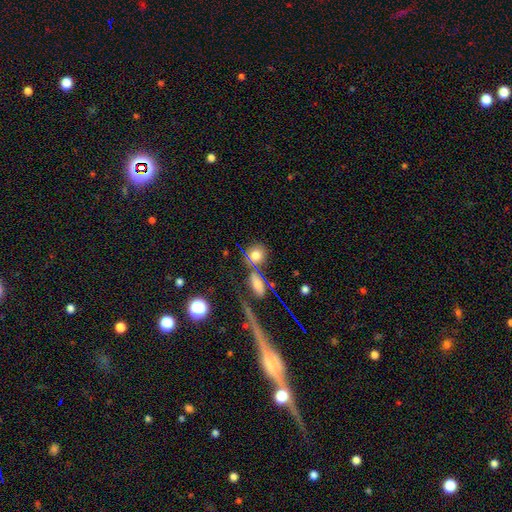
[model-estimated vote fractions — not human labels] Smooth or featured? Predicted: smooth (p=0.76). How rounded? Predicted: round (p=0.81). Merging? Predicted: none (p=0.67).